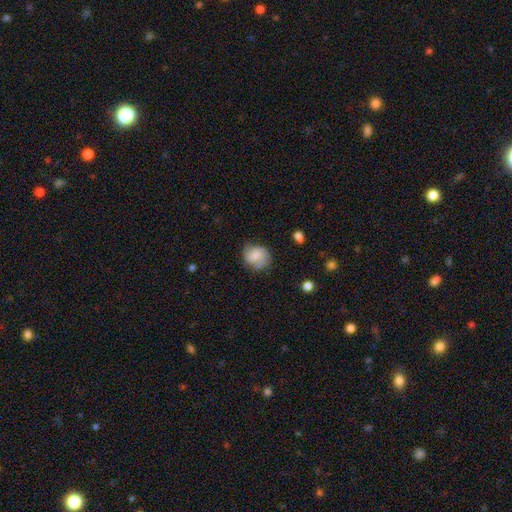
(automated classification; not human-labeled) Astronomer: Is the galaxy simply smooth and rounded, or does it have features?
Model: smooth — 70%.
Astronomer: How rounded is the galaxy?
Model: round — 68%.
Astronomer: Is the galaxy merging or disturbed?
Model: none — 60%.